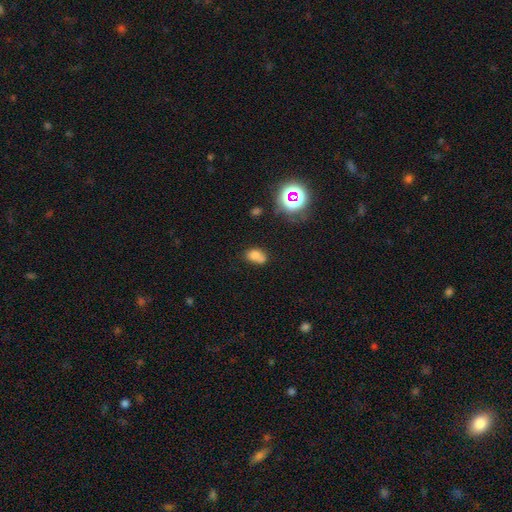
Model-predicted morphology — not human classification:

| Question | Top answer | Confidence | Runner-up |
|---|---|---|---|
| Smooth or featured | smooth | 71% | star or artifact (15%) |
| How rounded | in between | 73% | round (26%) |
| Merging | none | 42% | merger (32%) |